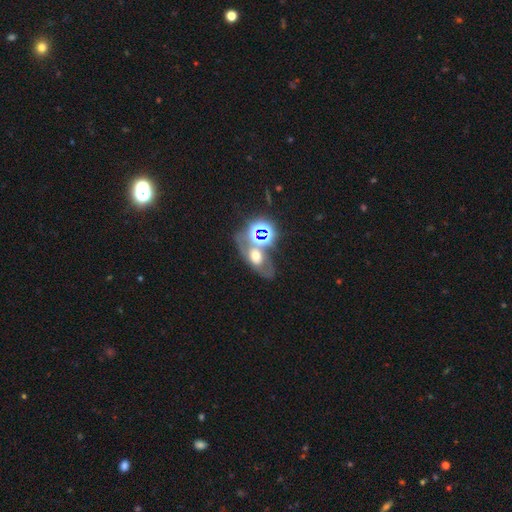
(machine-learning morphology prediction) Q: Smooth or featured?
A: featured or disk (38%); runner-up: smooth (33%)
Q: Merging?
A: none (48%); runner-up: merger (26%)